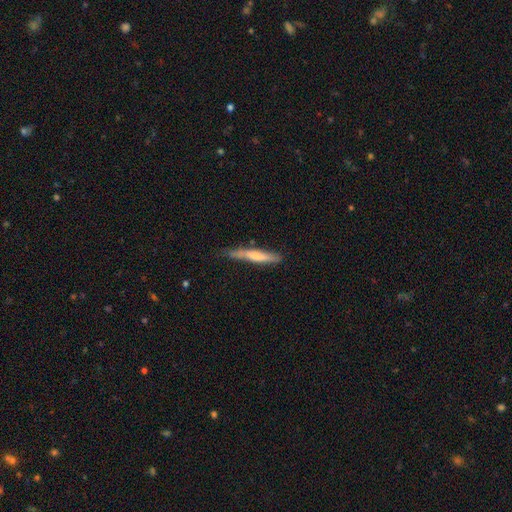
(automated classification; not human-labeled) Smooth or featured? featured or disk (54%)
Edge-on disk? yes (93%)
Edge-on bulge? rounded (66%)
Merging? none (79%)